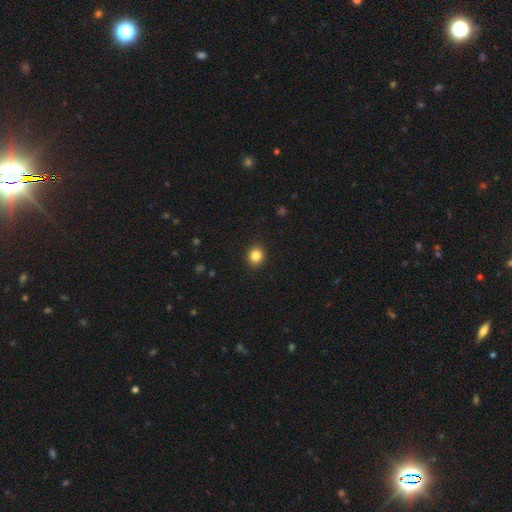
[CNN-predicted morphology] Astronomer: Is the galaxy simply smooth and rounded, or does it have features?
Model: smooth — 84%.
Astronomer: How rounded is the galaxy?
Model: round — 85%.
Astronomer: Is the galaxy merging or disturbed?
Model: none — 92%.